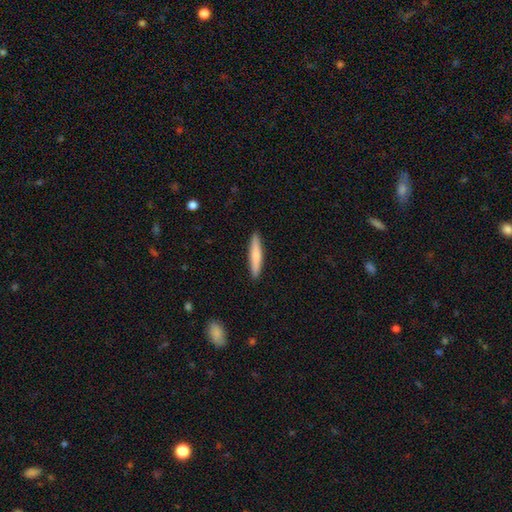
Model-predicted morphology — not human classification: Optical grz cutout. It shows a smooth galaxy with no disk features (70%) that is cigar-shaped (90%). Merging: none (91%).